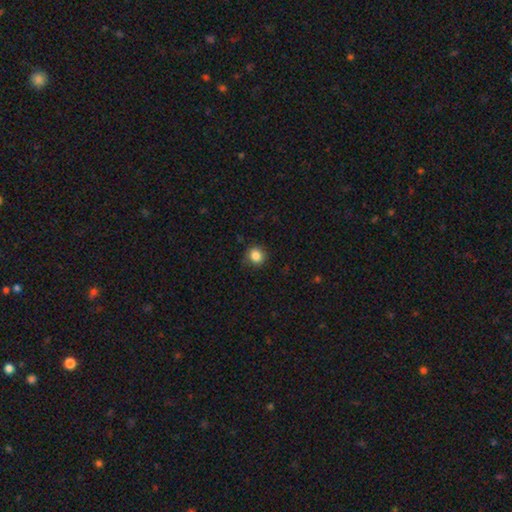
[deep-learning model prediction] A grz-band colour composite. It shows a smooth galaxy with no disk features (85%) that is round (87%). Merging: none (85%).